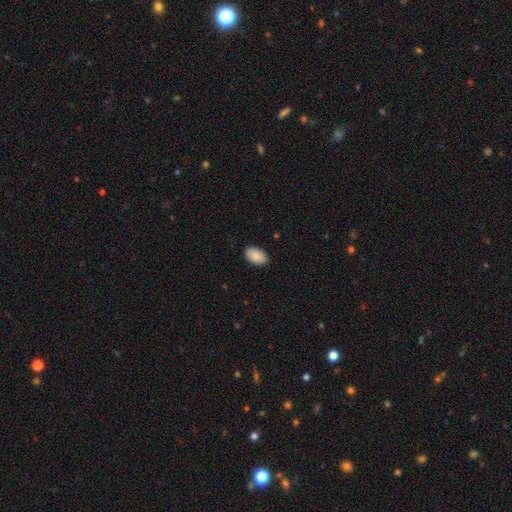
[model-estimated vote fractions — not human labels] A smooth galaxy with no disk features (89%) that is in between round and cigar-shaped (94%). Merging: none (89%).